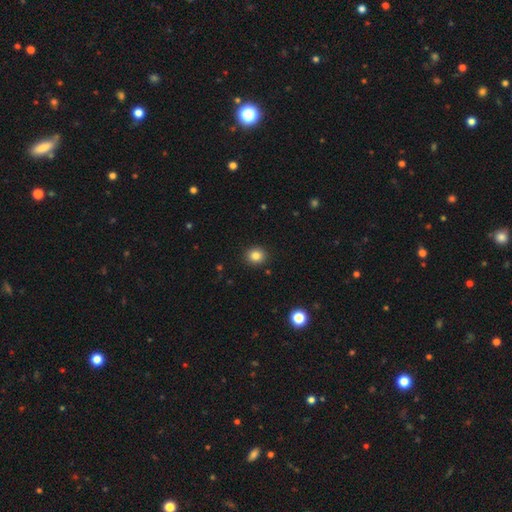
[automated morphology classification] A smooth galaxy with no disk features (84%) that is round (80%).

Vote fractions:
- Smooth or featured? smooth: 84% / star or artifact: 11% / featured or disk: 5%
- How rounded? round: 80% / in between: 19% / cigar-shaped: 1%
- Merging? none: 91% / minor disturbance: 6% / major disturbance: 2% / merger: 1%